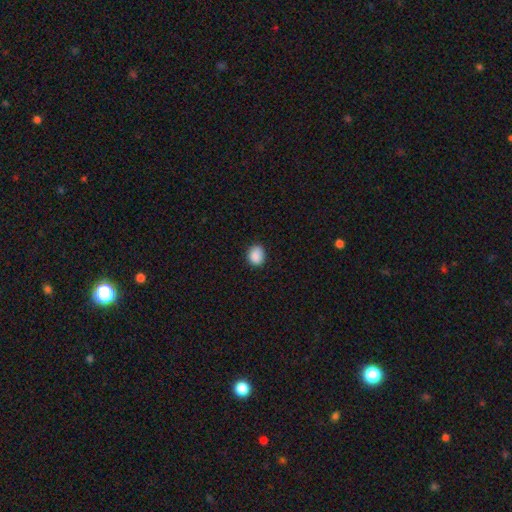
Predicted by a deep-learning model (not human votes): Smooth or featured? Predicted: smooth (p=0.88). How rounded? Predicted: round (p=0.62). Merging? Predicted: none (p=0.83).